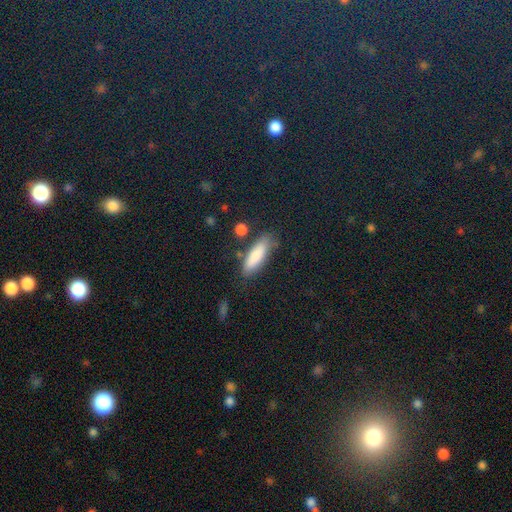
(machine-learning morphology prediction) Smooth or featured?
  - smooth: 83% *
  - featured or disk: 10%
  - star or artifact: 7%
How rounded?
  - cigar-shaped: 50% *
  - in between: 48%
  - round: 2%
Merging?
  - none: 76% *
  - minor disturbance: 15%
  - merger: 5%
  - major disturbance: 4%